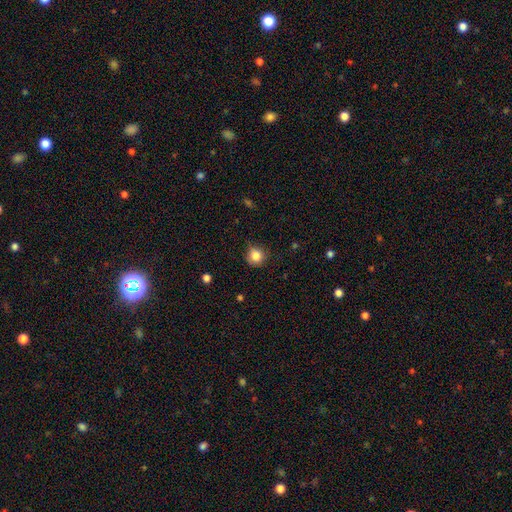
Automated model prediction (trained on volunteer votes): Smooth or featured? Predicted: smooth (p=0.83). How rounded? Predicted: round (p=0.86). Merging? Predicted: none (p=0.73).